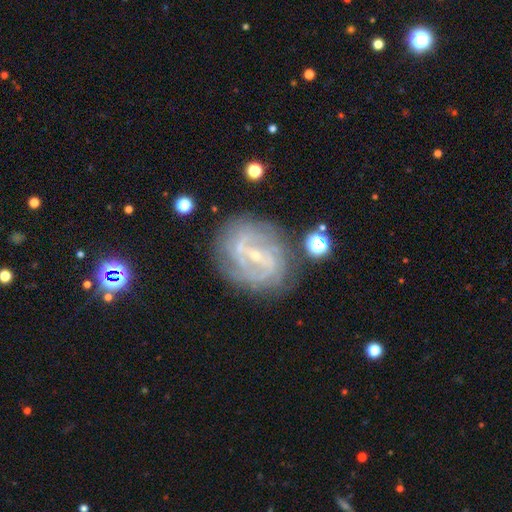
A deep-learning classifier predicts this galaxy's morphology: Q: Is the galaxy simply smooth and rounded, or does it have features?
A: featured or disk — 85%.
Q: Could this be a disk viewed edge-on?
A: no — 96%.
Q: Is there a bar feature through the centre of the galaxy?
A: strong — 42%.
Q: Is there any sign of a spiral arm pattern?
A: yes — 91%.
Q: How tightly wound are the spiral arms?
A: tight — 50%.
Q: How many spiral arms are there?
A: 2 — 47%.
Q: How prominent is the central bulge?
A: small — 81%.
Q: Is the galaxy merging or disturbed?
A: none — 75%.